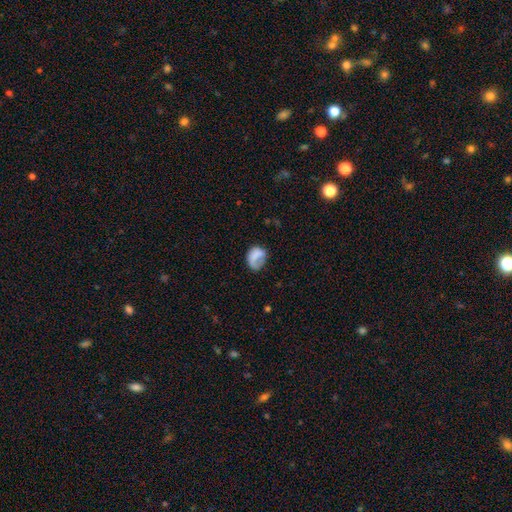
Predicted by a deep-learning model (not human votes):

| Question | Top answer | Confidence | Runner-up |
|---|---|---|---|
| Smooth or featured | smooth | 71% | featured or disk (20%) |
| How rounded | in between | 58% | round (41%) |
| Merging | none | 42% | major disturbance (27%) |